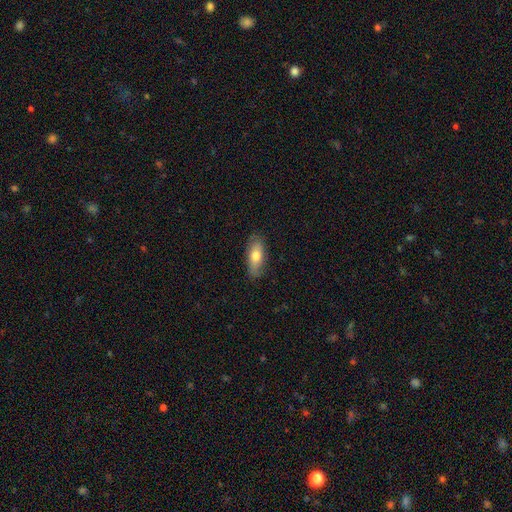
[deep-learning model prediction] smooth_or_featured: smooth (p=0.73) [alt: featured or disk p=0.21]
how_rounded: in between (p=0.76) [alt: cigar-shaped p=0.21]
merging: none (p=0.82) [alt: minor disturbance p=0.14]